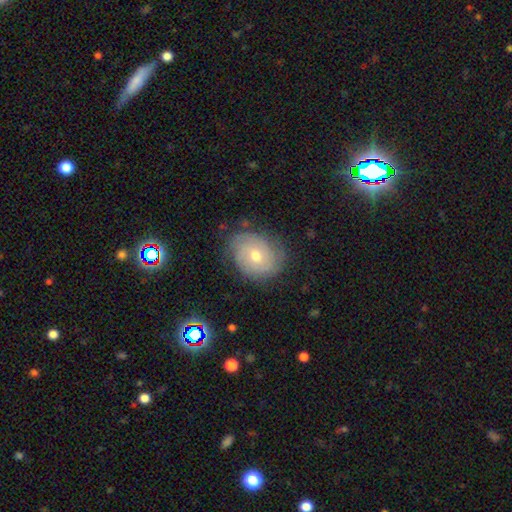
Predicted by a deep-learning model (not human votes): Smooth or featured? featured or disk (62%)
Edge-on disk? no (96%)
Bar? no (79%)
Spiral arms? yes (81%)
Bulge size? moderate (62%)
Merging? none (73%)